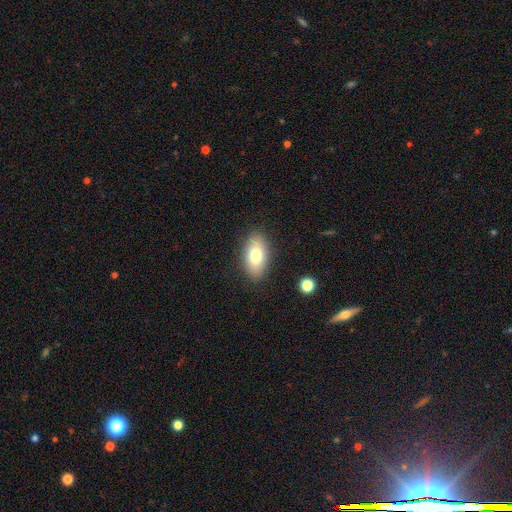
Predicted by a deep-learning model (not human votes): A smooth galaxy with no disk features (77%) that is in between round and cigar-shaped (92%).

Vote fractions:
- Smooth or featured? smooth: 77% / featured or disk: 15% / star or artifact: 8%
- How rounded? in between: 92% / round: 5% / cigar-shaped: 3%
- Merging? none: 86% / minor disturbance: 10% / major disturbance: 3% / merger: 1%